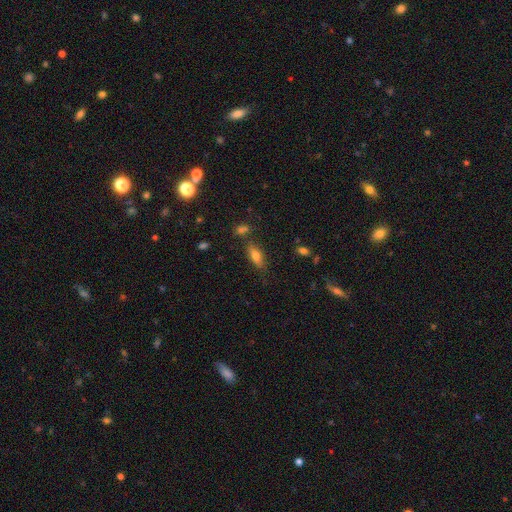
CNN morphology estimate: type=smooth (63%); roundness=in between (59%); merging=none (76%).